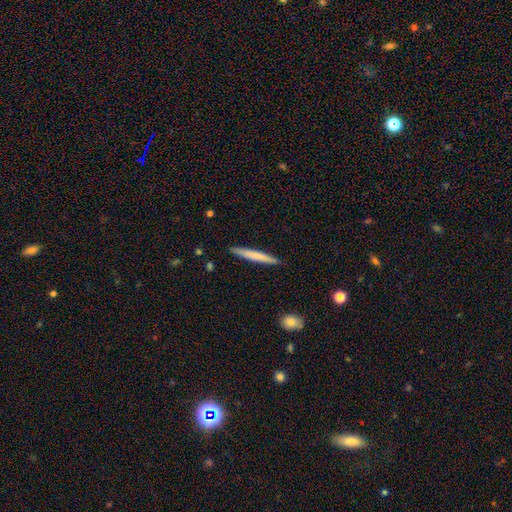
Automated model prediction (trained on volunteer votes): Overall: smooth (69%). How rounded: cigar-shaped (96%). Merging: none (90%).